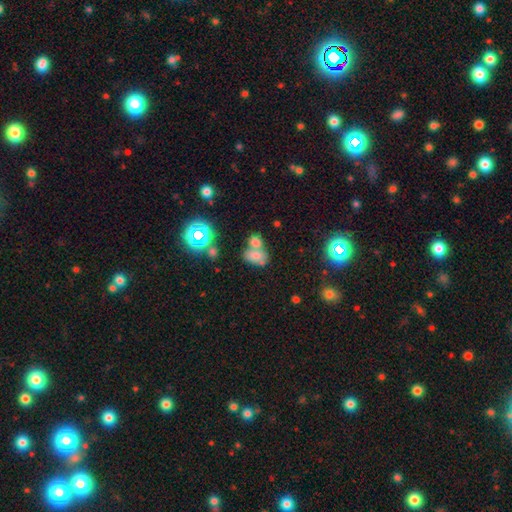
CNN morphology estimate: Overall: smooth (64%). How rounded: in between (81%). Merging: merger (50%; none 34%).